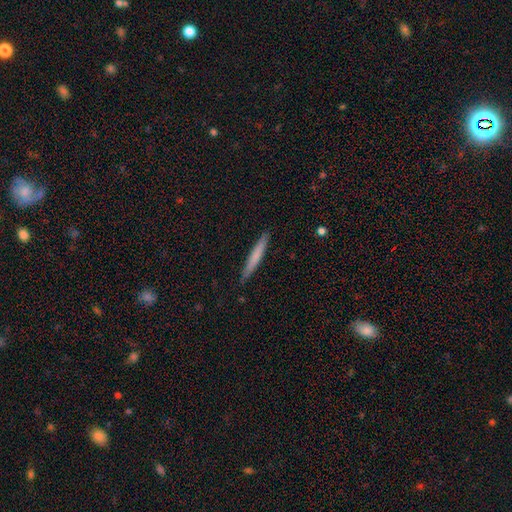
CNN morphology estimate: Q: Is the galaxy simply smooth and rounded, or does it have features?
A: smooth — 69%.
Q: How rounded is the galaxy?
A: cigar-shaped — 96%.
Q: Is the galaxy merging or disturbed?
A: none — 90%.